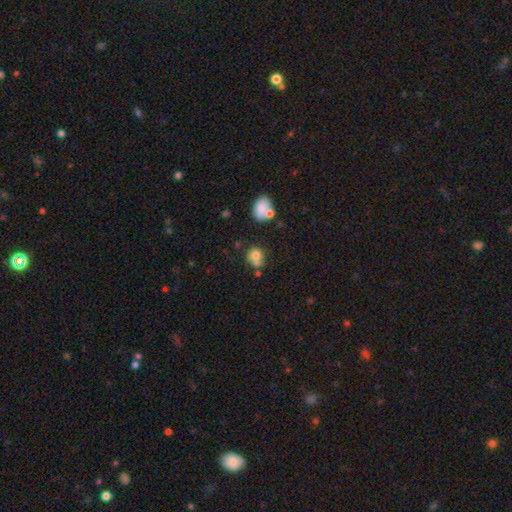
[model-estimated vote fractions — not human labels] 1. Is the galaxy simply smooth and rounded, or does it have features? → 74% smooth, 14% featured or disk, 12% star or artifact.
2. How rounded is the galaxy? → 79% round, 20% in between, 1% cigar-shaped.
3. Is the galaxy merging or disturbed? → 52% none, 28% merger, 15% minor disturbance, 5% major disturbance.